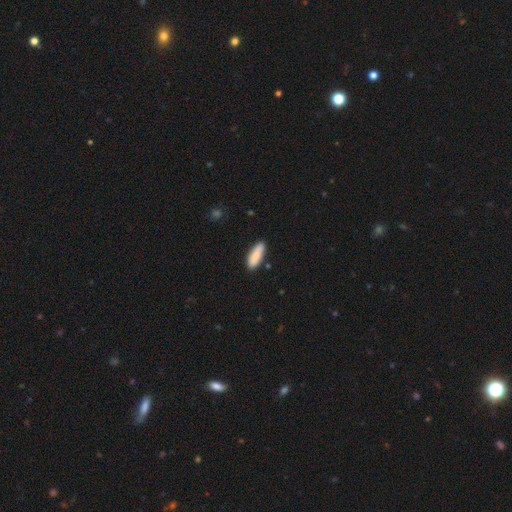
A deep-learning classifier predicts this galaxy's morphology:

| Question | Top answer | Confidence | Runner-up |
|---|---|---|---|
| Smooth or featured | smooth | 85% | featured or disk (9%) |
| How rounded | in between | 57% | cigar-shaped (41%) |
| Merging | none | 84% | minor disturbance (12%) |